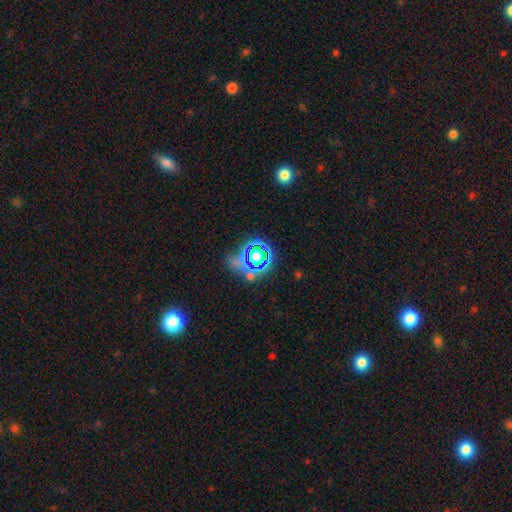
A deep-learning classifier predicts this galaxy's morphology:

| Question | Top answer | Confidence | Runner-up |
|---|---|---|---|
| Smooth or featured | star or artifact | 52% | smooth (34%) |